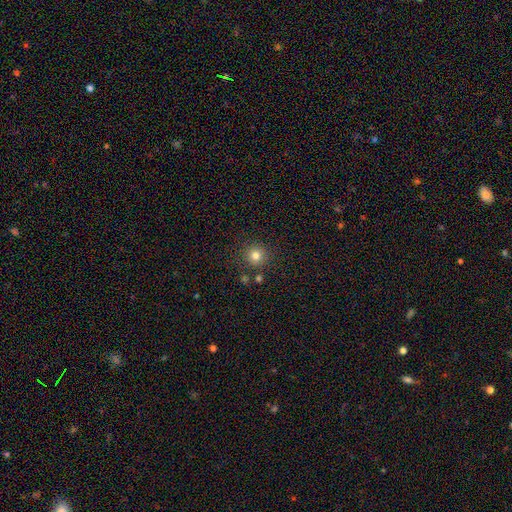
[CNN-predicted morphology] This appears to be a smooth galaxy with no disk features (80%) that is round (94%). Merging: none (86%).